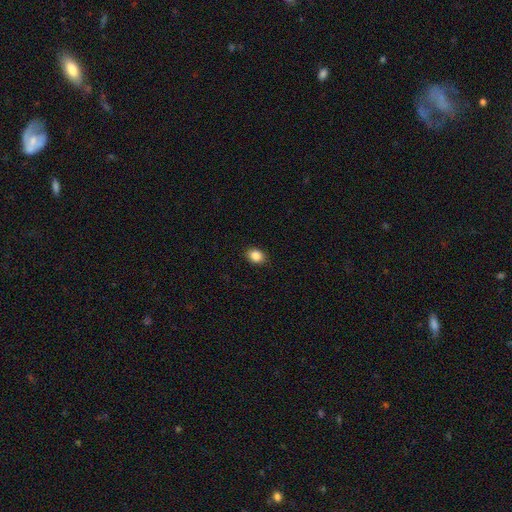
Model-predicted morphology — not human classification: A smooth galaxy with no disk features (87%) that is in between round and cigar-shaped (63%).

Vote fractions:
- Smooth or featured? smooth: 87% / star or artifact: 9% / featured or disk: 4%
- How rounded? in between: 63% / round: 36% / cigar-shaped: 1%
- Merging? none: 89% / minor disturbance: 8% / major disturbance: 2% / merger: 1%